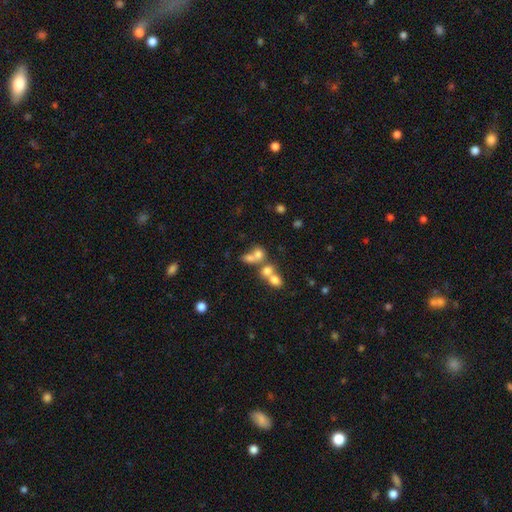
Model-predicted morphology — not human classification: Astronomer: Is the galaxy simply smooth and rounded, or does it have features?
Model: smooth — 62%.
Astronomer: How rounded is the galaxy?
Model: round — 59% (runner-up: in between, 39%).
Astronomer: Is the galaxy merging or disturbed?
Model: merger — 59%.